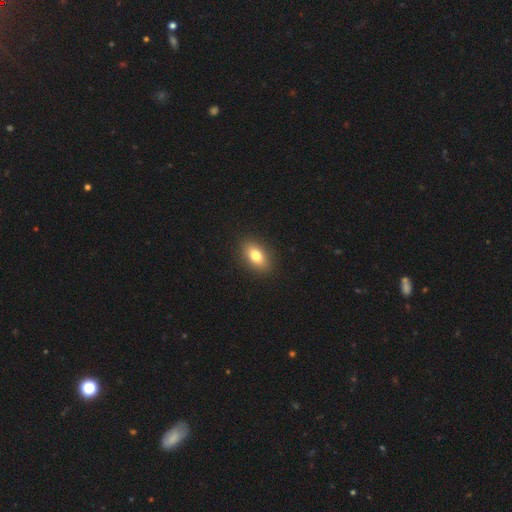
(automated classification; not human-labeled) smooth 78%, featured or disk 13%, star or artifact 9%. Down the decision tree: how rounded — in between (86%); merging — none (90%).